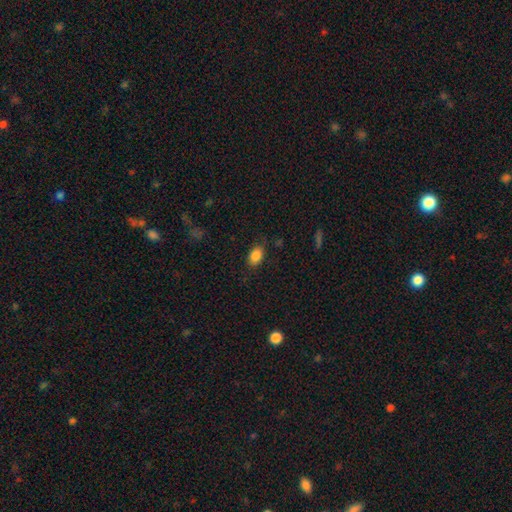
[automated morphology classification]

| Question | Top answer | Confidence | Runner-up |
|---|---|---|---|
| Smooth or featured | smooth | 86% | star or artifact (9%) |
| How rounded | in between | 86% | round (12%) |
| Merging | none | 81% | minor disturbance (15%) |